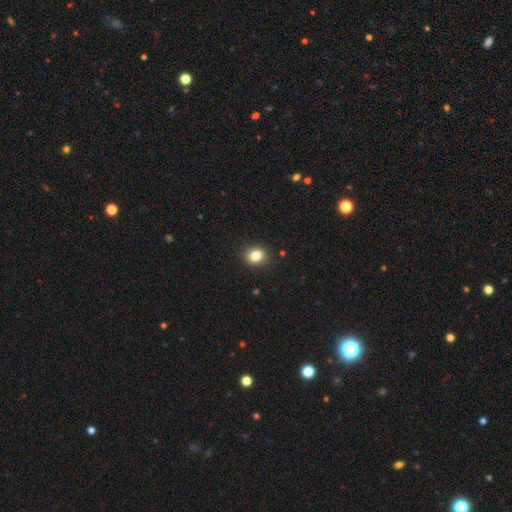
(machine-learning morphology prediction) This appears to be a smooth galaxy with no disk features (83%) that is round (51%). Merging: none (89%).